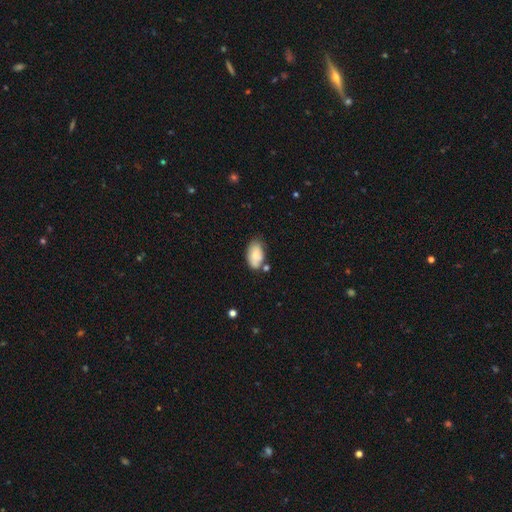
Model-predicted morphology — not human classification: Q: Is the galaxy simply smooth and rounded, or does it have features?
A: smooth — 76%.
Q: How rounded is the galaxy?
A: in between — 93%.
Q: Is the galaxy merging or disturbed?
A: none — 59%.